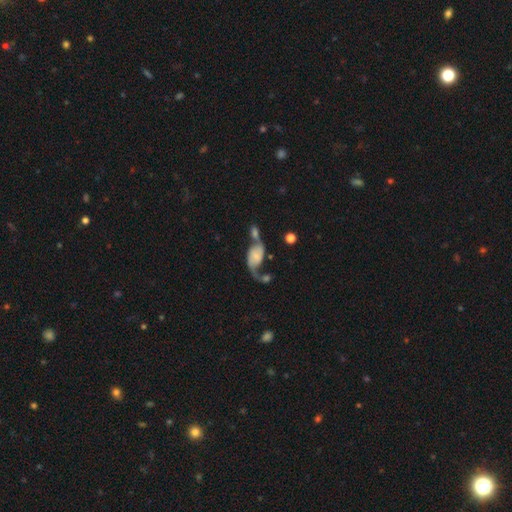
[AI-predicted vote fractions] This appears to be a featured or disk galaxy (68%) with no bar (65%), 2 (79%) loose (74%) spiral arms (90%) and a small central bulge (41%). Merging: merger (41%).